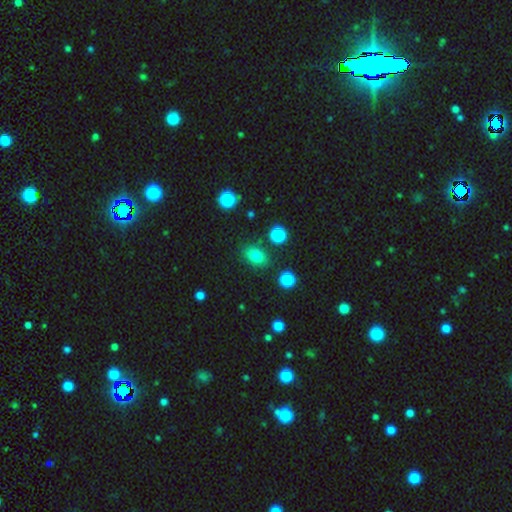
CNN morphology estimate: The model was most divided on "how rounded": in between: 72%, round: 26%, cigar-shaped: 2%. More confident: merging — none (82%); smooth or featured — smooth (77%).